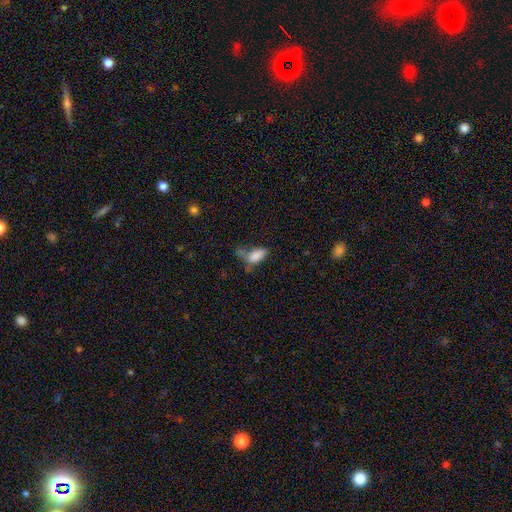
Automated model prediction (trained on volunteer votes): Smooth or featured?
  - smooth: 81% *
  - star or artifact: 10%
  - featured or disk: 9%
How rounded?
  - in between: 89% *
  - cigar-shaped: 7%
  - round: 4%
Merging?
  - none: 34% *
  - minor disturbance: 26%
  - major disturbance: 22%
  - merger: 18%